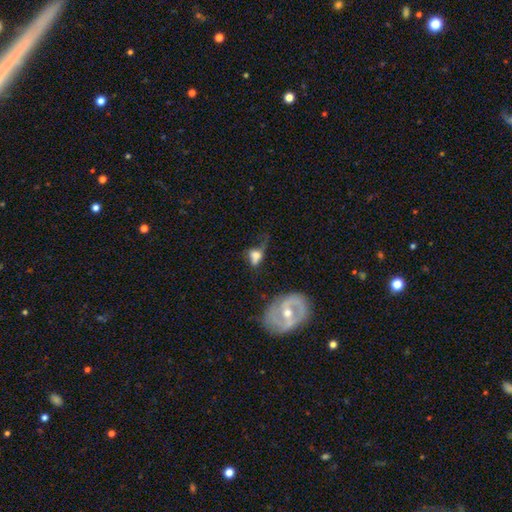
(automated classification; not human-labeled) This appears to be a smooth galaxy with no disk features (54%) that is in between round and cigar-shaped (68%). Merging: major disturbance (32%).